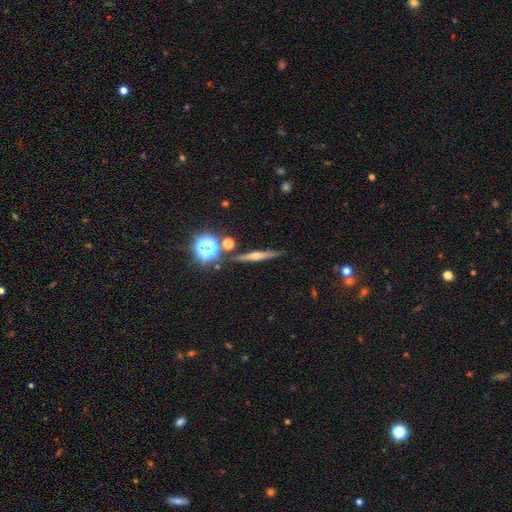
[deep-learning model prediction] smooth_or_featured: featured or disk (p=0.64) [alt: smooth p=0.21]
disk_edge_on: yes (p=0.96) [alt: no p=0.04]
edge_on_bulge: rounded (p=0.84) [alt: none p=0.10]
merging: none (p=0.88) [alt: minor disturbance p=0.07]